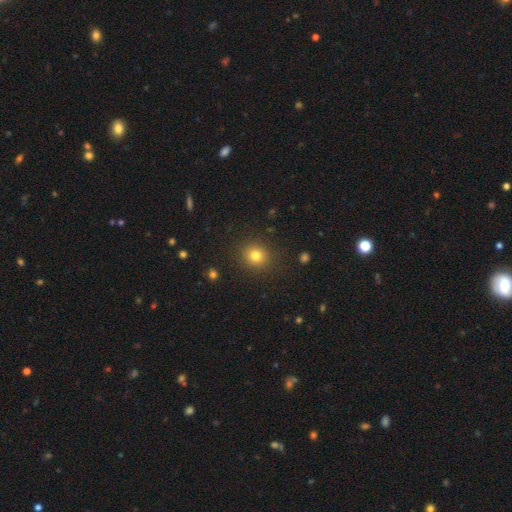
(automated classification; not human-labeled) Smooth or featured? smooth (80%)
How rounded? round (85%)
Merging? none (89%)